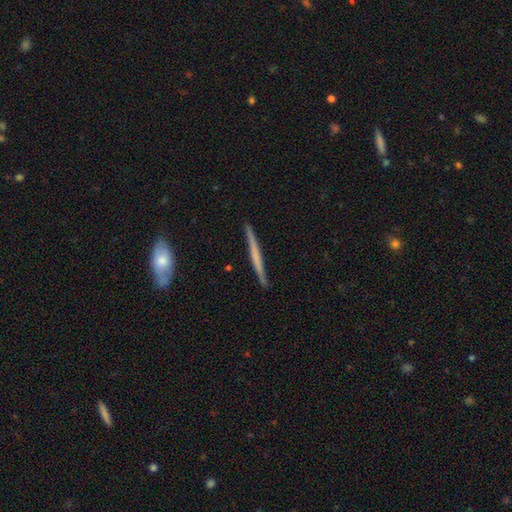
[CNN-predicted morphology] Smooth or featured?
  - featured or disk: 53% *
  - smooth: 42%
  - star or artifact: 5%
Edge-on disk?
  - yes: 97% *
  - no: 3%
Edge-on bulge?
  - none: 82% *
  - rounded: 12%
  - boxy: 6%
Merging?
  - none: 90% *
  - minor disturbance: 7%
  - merger: 1%
  - major disturbance: 1%